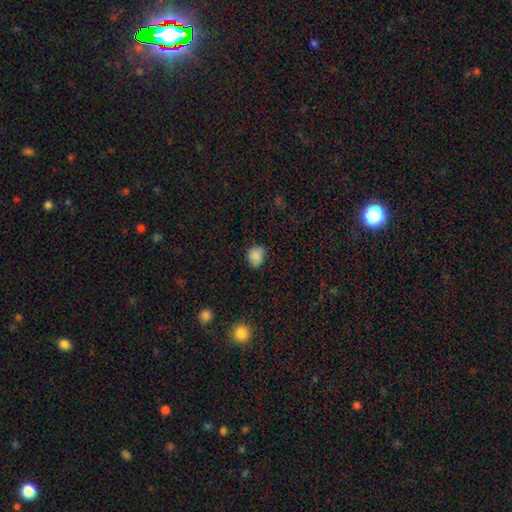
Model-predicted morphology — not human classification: Smooth or featured? smooth (85%)
How rounded? round (56%)
Merging? none (71%)